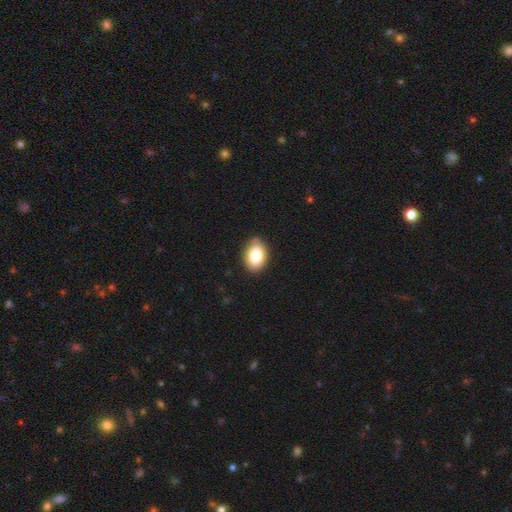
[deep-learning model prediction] Smooth or featured: smooth — 84% (featured or disk — 9%)
How rounded: in between — 85% (round — 13%)
Merging: none — 83% (minor disturbance — 14%)